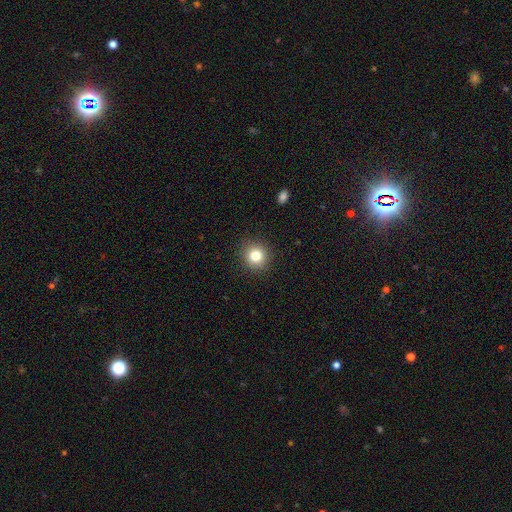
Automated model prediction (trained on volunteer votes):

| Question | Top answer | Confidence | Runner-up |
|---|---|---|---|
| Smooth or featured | smooth | 81% | star or artifact (11%) |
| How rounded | round | 89% | in between (10%) |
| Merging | none | 91% | minor disturbance (6%) |